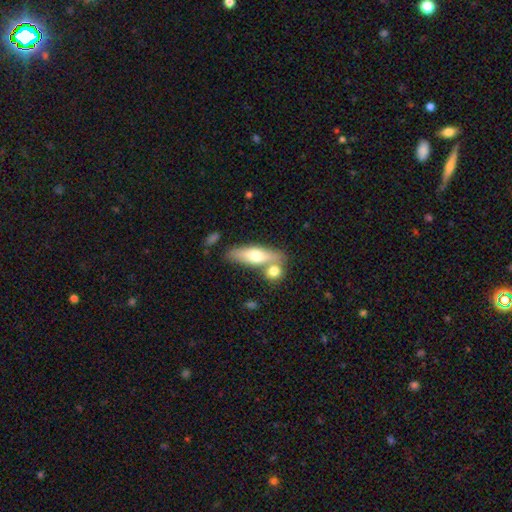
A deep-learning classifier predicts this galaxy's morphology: Smooth or featured?
  - smooth: 60% *
  - featured or disk: 34%
  - star or artifact: 6%
How rounded?
  - cigar-shaped: 50% *
  - in between: 45%
  - round: 4%
Merging?
  - none: 59% *
  - merger: 25%
  - minor disturbance: 12%
  - major disturbance: 4%